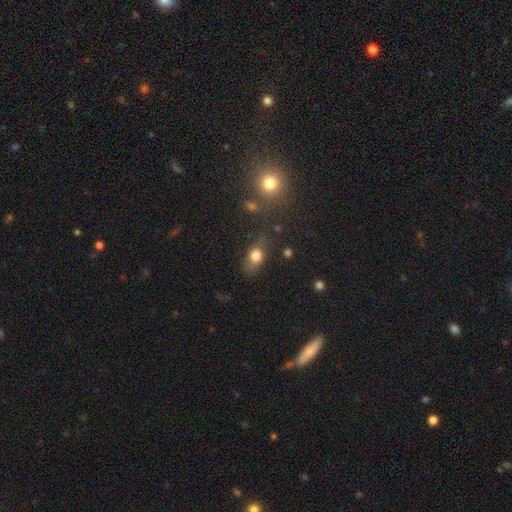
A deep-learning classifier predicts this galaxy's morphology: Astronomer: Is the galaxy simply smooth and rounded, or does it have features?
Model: smooth — 78%.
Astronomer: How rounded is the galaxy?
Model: in between — 67%.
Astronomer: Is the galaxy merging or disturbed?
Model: none — 63%.